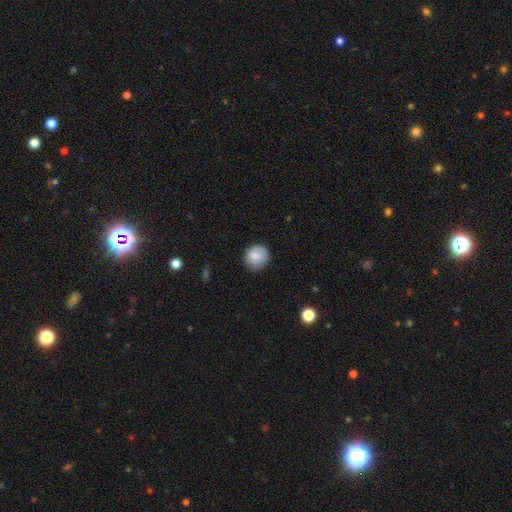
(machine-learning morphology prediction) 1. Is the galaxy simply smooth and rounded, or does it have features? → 83% smooth, 9% featured or disk, 8% star or artifact.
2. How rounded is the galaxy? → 87% round, 12% in between, 1% cigar-shaped.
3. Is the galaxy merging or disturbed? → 81% none, 15% minor disturbance, 3% major disturbance, 1% merger.